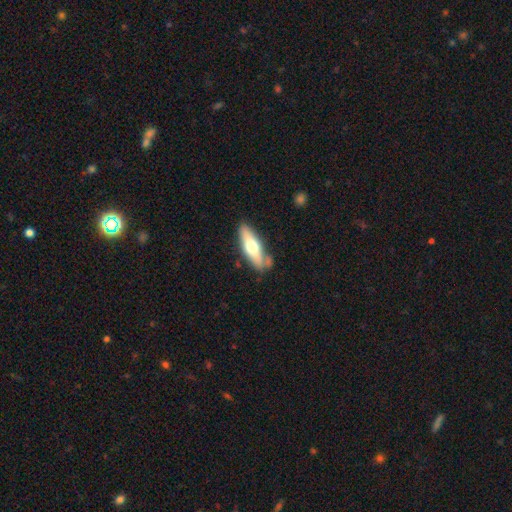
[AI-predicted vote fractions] Q: Smooth or featured?
A: smooth (54%); runner-up: featured or disk (40%)
Q: How rounded?
A: cigar-shaped (53%); runner-up: in between (45%)
Q: Merging?
A: none (74%); runner-up: minor disturbance (16%)